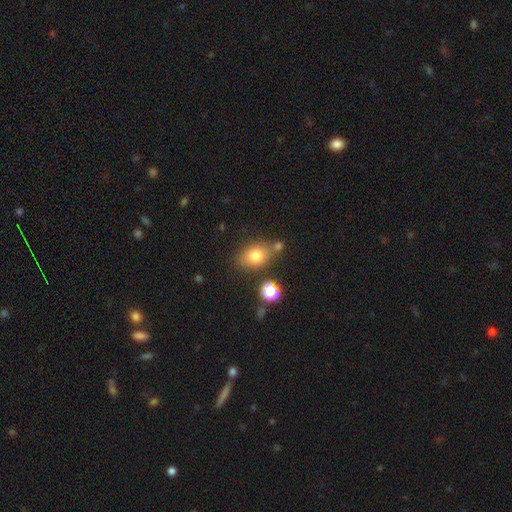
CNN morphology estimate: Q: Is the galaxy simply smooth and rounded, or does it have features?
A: smooth — 76%.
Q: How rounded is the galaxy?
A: in between — 67%.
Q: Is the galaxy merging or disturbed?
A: none — 69%.